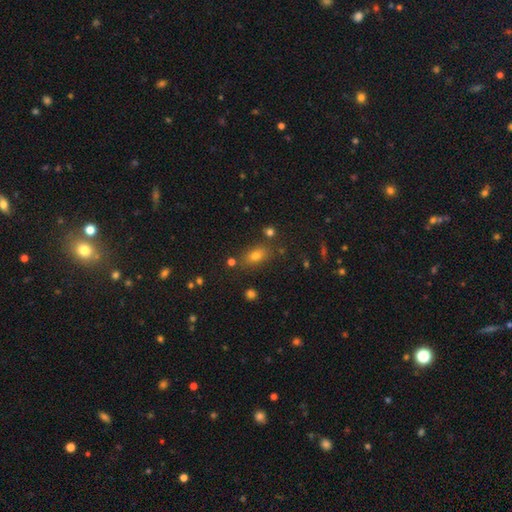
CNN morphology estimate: Q: Smooth or featured?
A: smooth (71%); runner-up: star or artifact (17%)
Q: How rounded?
A: in between (73%); runner-up: round (22%)
Q: Merging?
A: none (77%); runner-up: minor disturbance (12%)